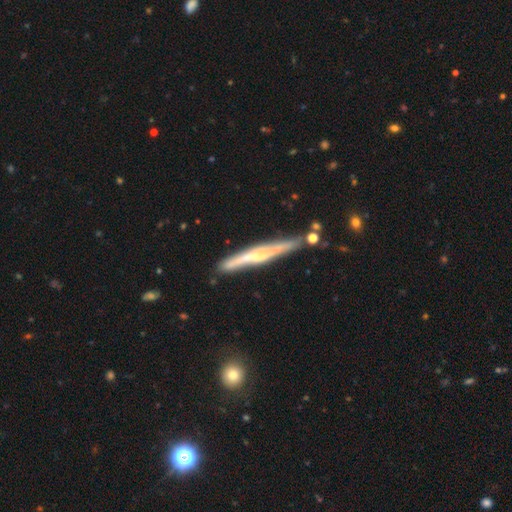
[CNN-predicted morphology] Smooth or featured: featured or disk — 65% (smooth — 29%)
Edge-on disk: yes — 92% (no — 8%)
Edge-on bulge: none — 46% (rounded — 35%)
Merging: none — 68% (minor disturbance — 22%)